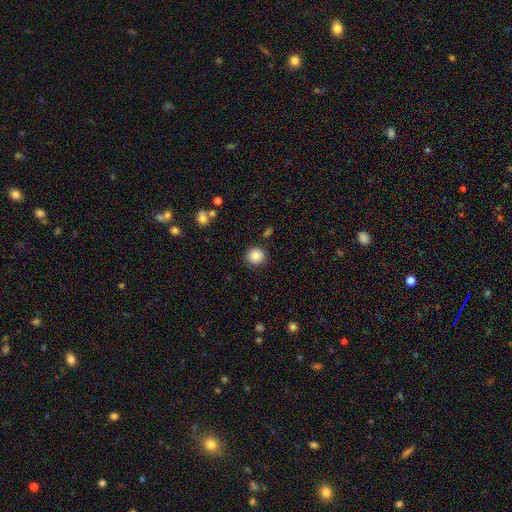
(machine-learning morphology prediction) type=smooth (86%); roundness=round (92%); merging=none (88%).